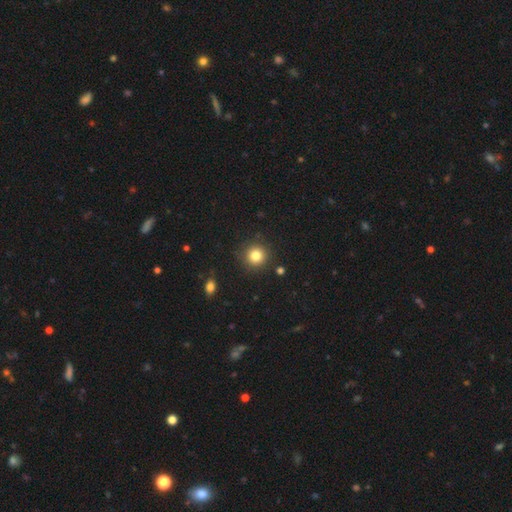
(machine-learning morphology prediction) smooth-or-featured: smooth: 82% | star or artifact: 12% | featured or disk: 6%
  how-rounded: round: 94% | in between: 5% | cigar-shaped: 1%
  merging: none: 89% | minor disturbance: 6% | major disturbance: 2% | merger: 2%